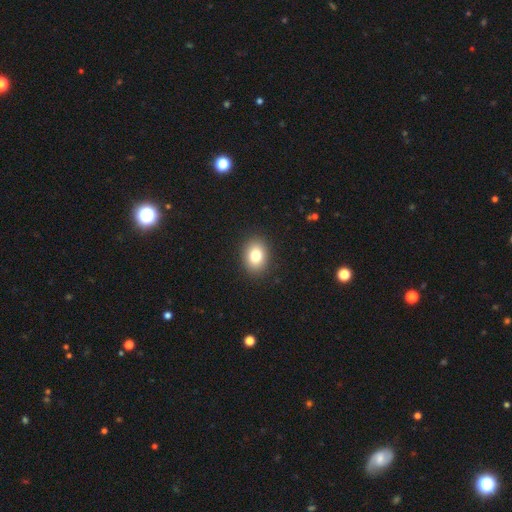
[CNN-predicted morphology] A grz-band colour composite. It shows a smooth galaxy with no disk features (82%) that is in between round and cigar-shaped (64%). Merging: none (90%).